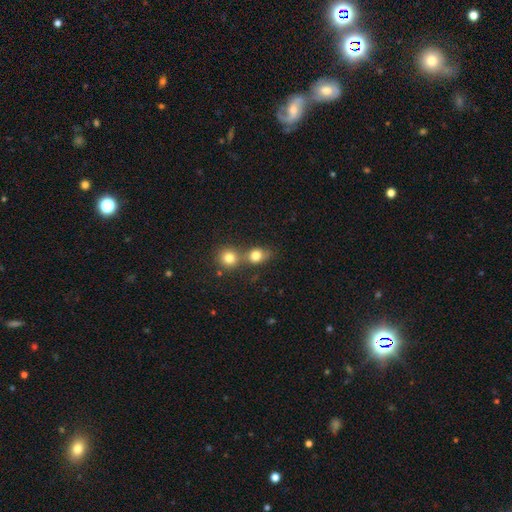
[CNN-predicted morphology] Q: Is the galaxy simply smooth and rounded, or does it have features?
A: smooth — 80%.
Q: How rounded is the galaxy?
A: round — 63%.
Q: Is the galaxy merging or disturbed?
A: merger — 45%.